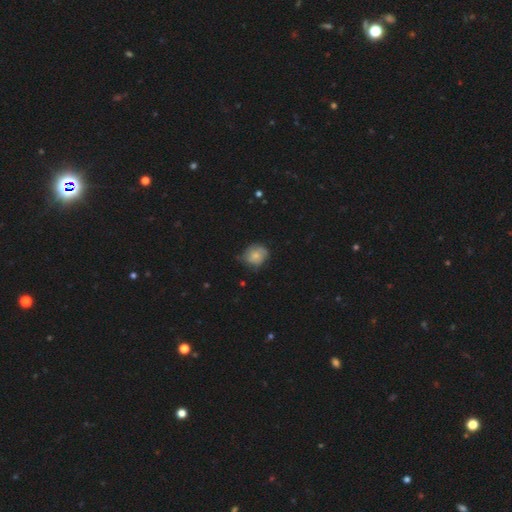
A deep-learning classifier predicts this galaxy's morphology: Smooth or featured: smooth — 61% (featured or disk — 31%)
How rounded: round — 73% (in between — 26%)
Merging: none — 59% (minor disturbance — 31%)